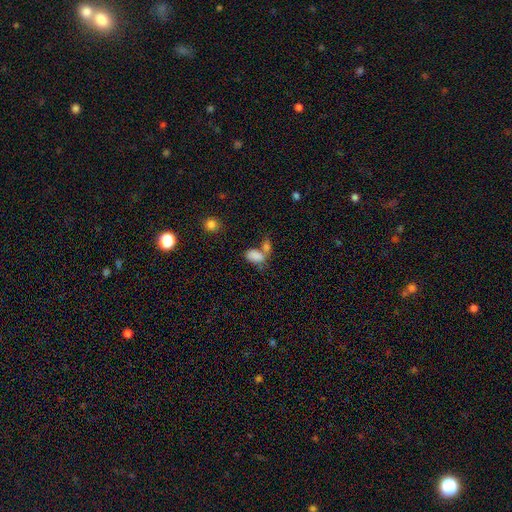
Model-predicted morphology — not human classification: This appears to be a smooth galaxy with no disk features (82%) that is in between round and cigar-shaped (90%). Merging: merger (48%).